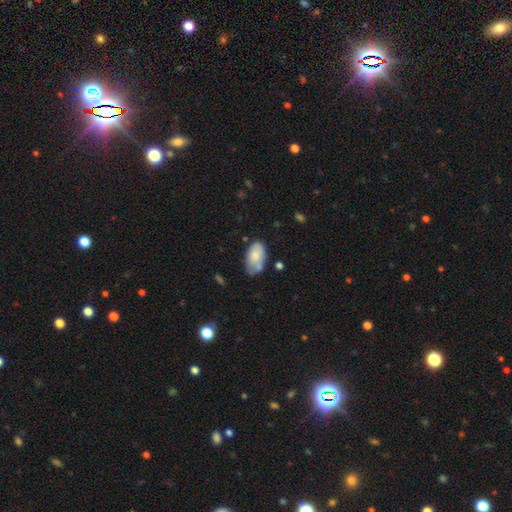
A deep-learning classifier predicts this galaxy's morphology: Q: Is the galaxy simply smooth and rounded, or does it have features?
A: smooth — 72%.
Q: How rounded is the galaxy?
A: in between — 94%.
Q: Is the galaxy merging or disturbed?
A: none — 54%.